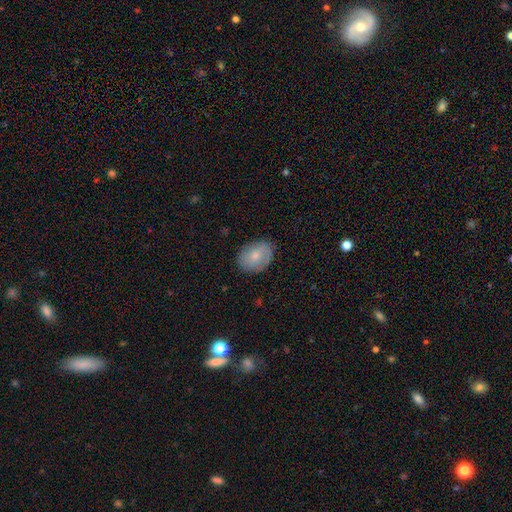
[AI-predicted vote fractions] smooth_or_featured: smooth (p=0.71) [alt: featured or disk p=0.22]
how_rounded: in between (p=0.66) [alt: round p=0.33]
merging: none (p=0.82) [alt: minor disturbance p=0.14]